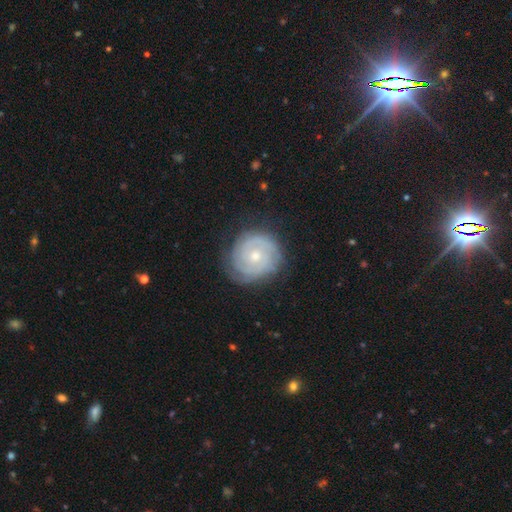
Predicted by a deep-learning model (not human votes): Q: Smooth or featured?
A: featured or disk (80%); runner-up: smooth (15%)
Q: Edge-on disk?
A: no (98%); runner-up: yes (2%)
Q: Bar?
A: no (76%); runner-up: weak (20%)
Q: Spiral arms?
A: yes (94%); runner-up: no (6%)
Q: Spiral winding?
A: tight (79%); runner-up: medium (17%)
Q: Spiral arm count?
A: can't tell (31%); tied with: 2 (31%)
Q: Bulge size?
A: moderate (49%); runner-up: small (47%)
Q: Merging?
A: none (78%); runner-up: minor disturbance (15%)